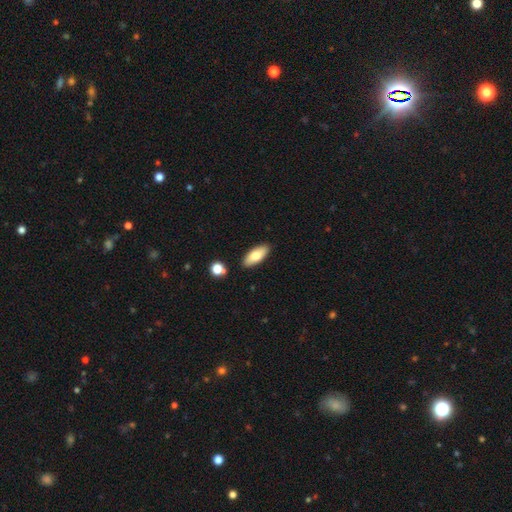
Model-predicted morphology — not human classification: A smooth galaxy with no disk features (78%) that is in between round and cigar-shaped (81%). Merging: none (86%).